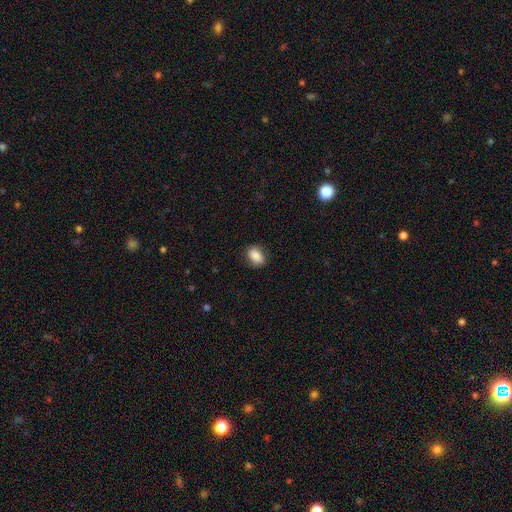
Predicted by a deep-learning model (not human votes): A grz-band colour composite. It shows a smooth galaxy with no disk features (86%) that is in between round and cigar-shaped (79%). Merging: none (84%).